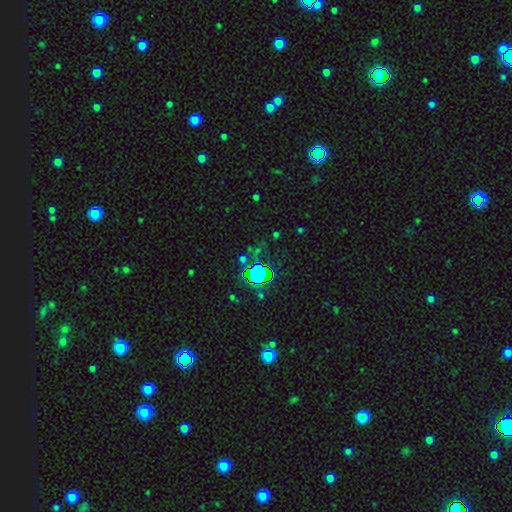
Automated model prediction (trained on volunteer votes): star or artifact 77%, smooth 14%, featured or disk 8%.